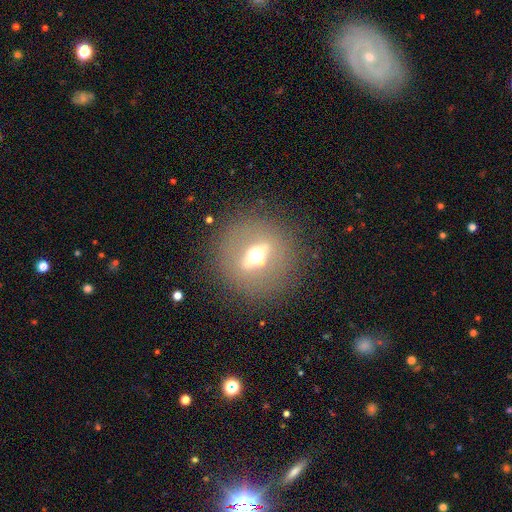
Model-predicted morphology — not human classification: Smooth or featured? Predicted: featured or disk (p=0.65). Edge-on disk? Predicted: yes (p=0.56). Merging? Predicted: none (p=0.86).